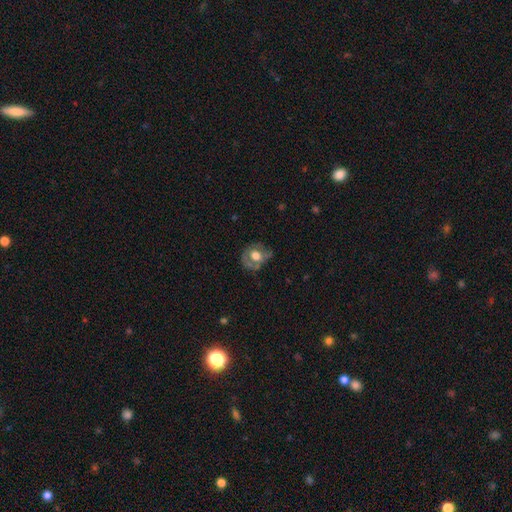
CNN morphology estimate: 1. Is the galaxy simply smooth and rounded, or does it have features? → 46% smooth (tied), 46% featured or disk (tied), 8% star or artifact.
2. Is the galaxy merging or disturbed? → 54% none, 26% minor disturbance, 17% major disturbance, 3% merger.